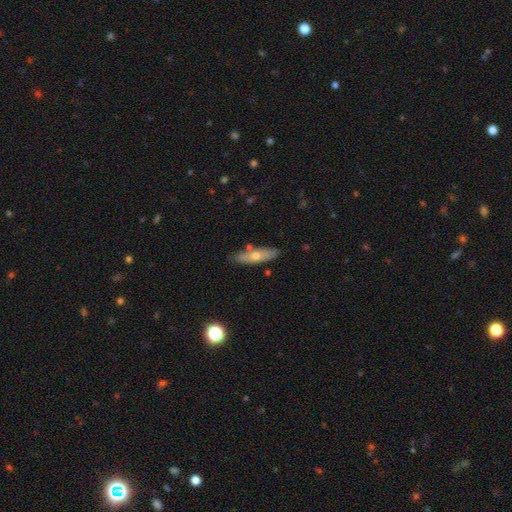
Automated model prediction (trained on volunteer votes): Smooth or featured: smooth — 57% (featured or disk — 36%)
How rounded: cigar-shaped — 63% (in between — 35%)
Merging: none — 81% (minor disturbance — 12%)